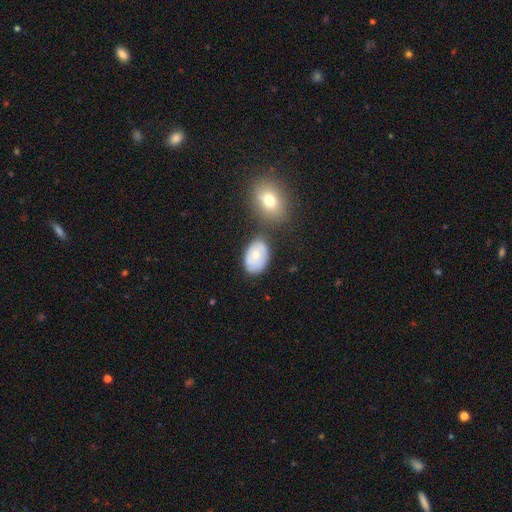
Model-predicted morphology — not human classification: Smooth or featured: smooth — 64% (featured or disk — 29%)
How rounded: in between — 87% (round — 12%)
Merging: none — 61% (minor disturbance — 20%)